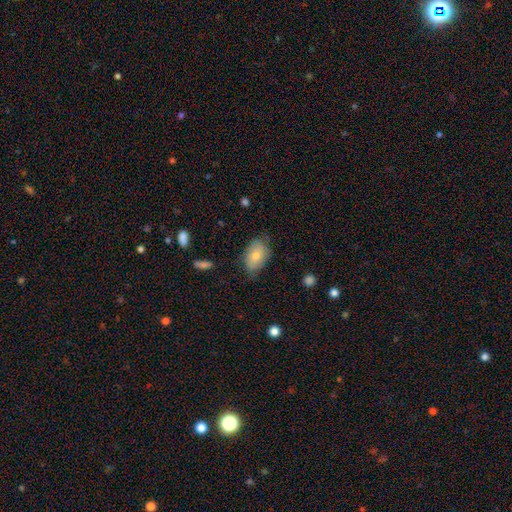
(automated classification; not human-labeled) smooth_or_featured: smooth (p=0.76) [alt: featured or disk p=0.17]
how_rounded: in between (p=0.90) [alt: round p=0.08]
merging: none (p=0.67) [alt: minor disturbance p=0.27]